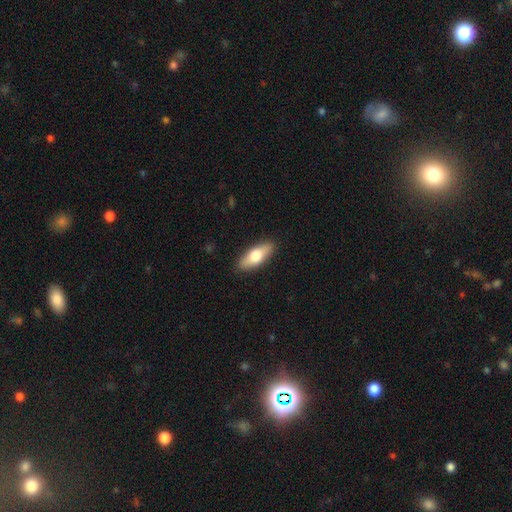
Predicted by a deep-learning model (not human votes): Smooth or featured: smooth — 68% (featured or disk — 26%)
How rounded: in between — 68% (cigar-shaped — 30%)
Merging: none — 89% (minor disturbance — 9%)